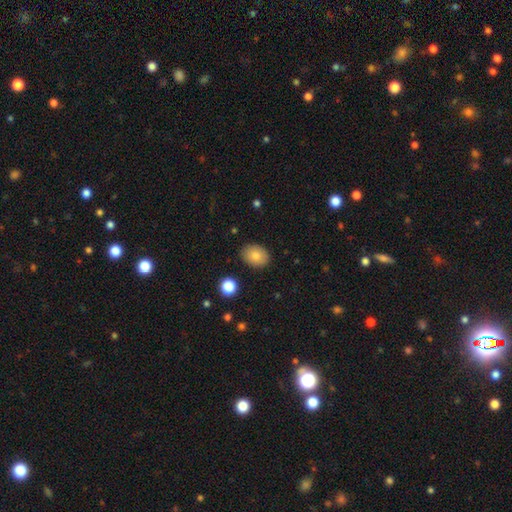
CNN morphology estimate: type=smooth (82%); roundness=in between (71%); merging=none (87%).